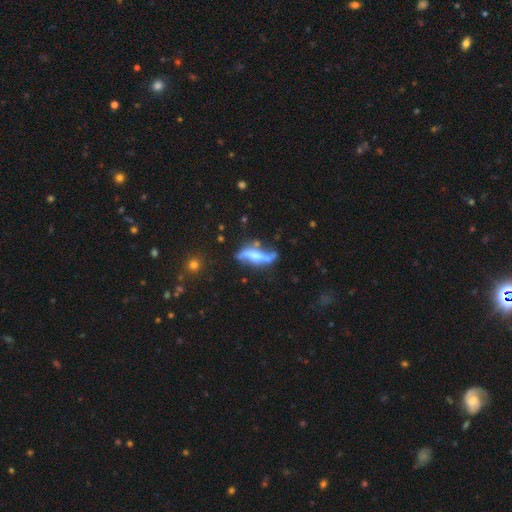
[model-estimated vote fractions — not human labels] Overall: featured or disk (60%; smooth 32%). Edge-on disk: no (55%; yes 45%). Merging: none (44%; minor disturbance 25%).